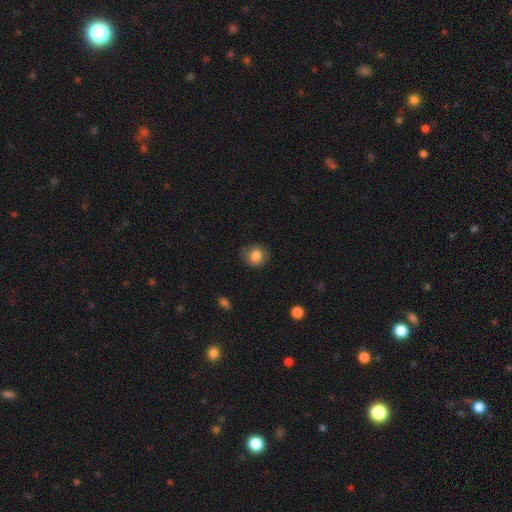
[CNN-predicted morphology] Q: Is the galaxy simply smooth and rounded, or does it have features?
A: smooth — 82%.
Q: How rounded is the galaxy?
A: round — 72%.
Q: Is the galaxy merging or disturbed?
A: none — 75%.